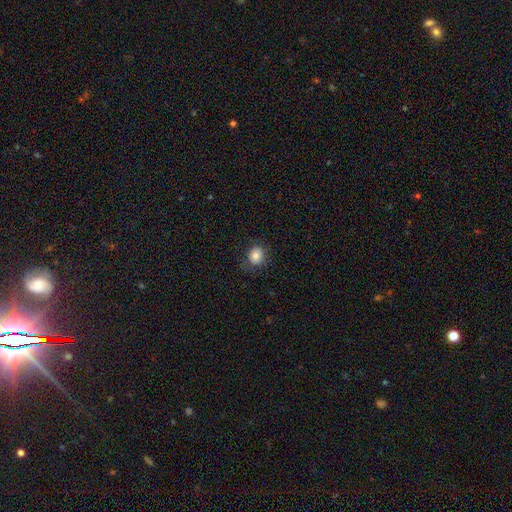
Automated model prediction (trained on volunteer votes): The model was most divided on "how rounded": round: 72%, in between: 27%, cigar-shaped: 1%. More confident: merging — none (81%); smooth or featured — smooth (81%).